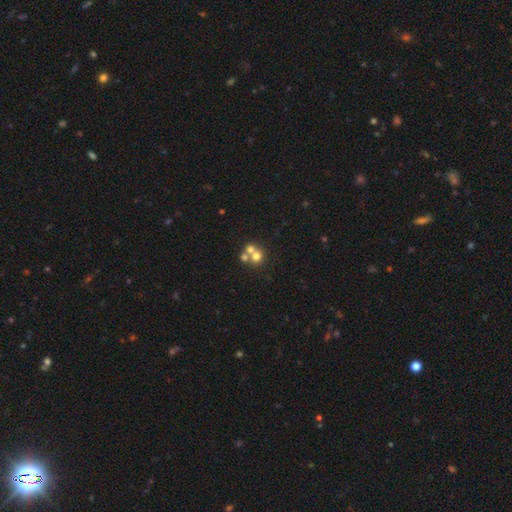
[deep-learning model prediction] Smooth or featured: smooth — 62% (featured or disk — 22%)
How rounded: round — 86% (in between — 14%)
Merging: merger — 55% (none — 37%)